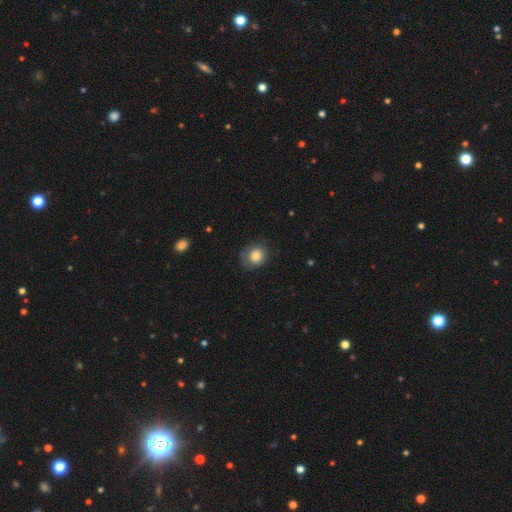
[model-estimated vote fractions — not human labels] A smooth galaxy with no disk features (81%) that is round (74%). Merging: none (67%).